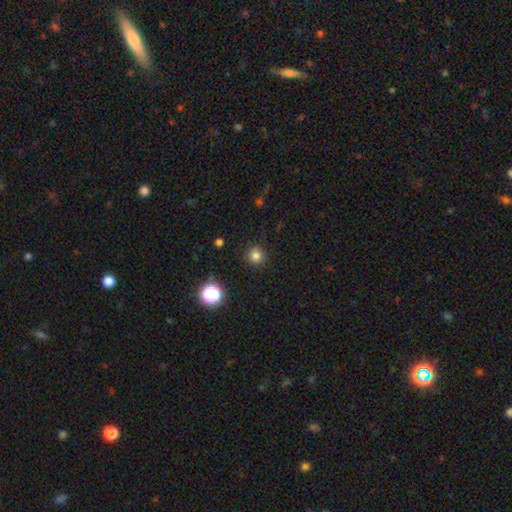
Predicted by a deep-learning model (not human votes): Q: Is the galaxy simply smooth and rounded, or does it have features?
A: smooth — 81%.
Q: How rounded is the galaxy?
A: round — 93%.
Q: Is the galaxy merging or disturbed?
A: none — 90%.